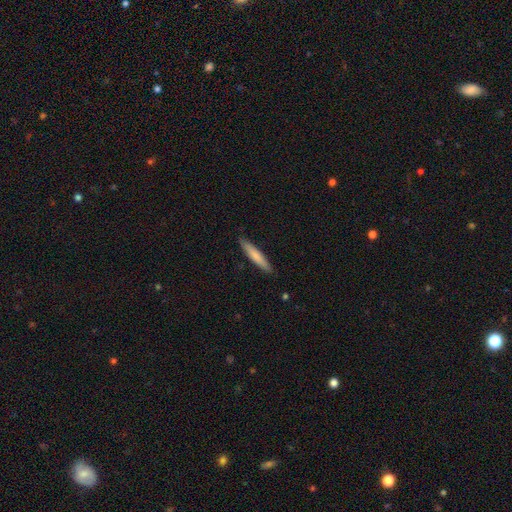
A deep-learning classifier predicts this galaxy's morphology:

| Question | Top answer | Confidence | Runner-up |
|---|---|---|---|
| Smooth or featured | smooth | 74% | featured or disk (21%) |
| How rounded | cigar-shaped | 91% | in between (8%) |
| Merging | none | 90% | minor disturbance (8%) |